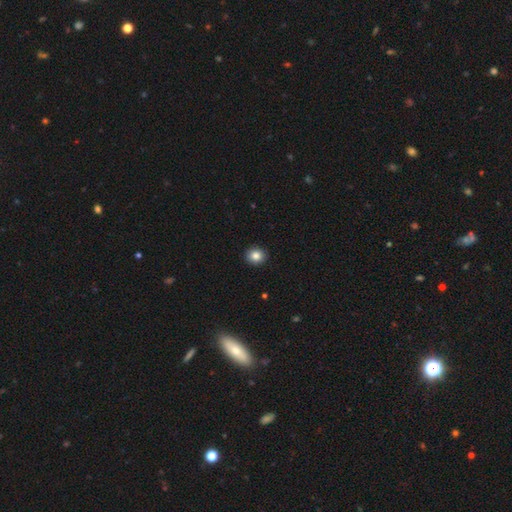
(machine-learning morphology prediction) Smooth or featured?
  - smooth: 85% *
  - star or artifact: 9%
  - featured or disk: 5%
How rounded?
  - round: 83% *
  - in between: 16%
  - cigar-shaped: 1%
Merging?
  - none: 92% *
  - minor disturbance: 5%
  - major disturbance: 2%
  - merger: 1%